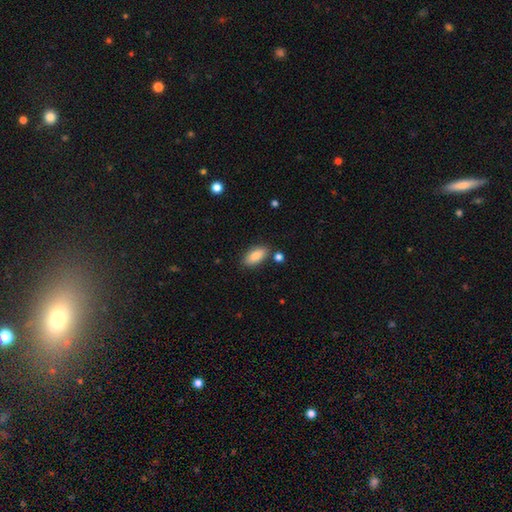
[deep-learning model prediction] Smooth or featured? Predicted: smooth (p=0.86). How rounded? Predicted: in between (p=0.90). Merging? Predicted: none (p=0.80).